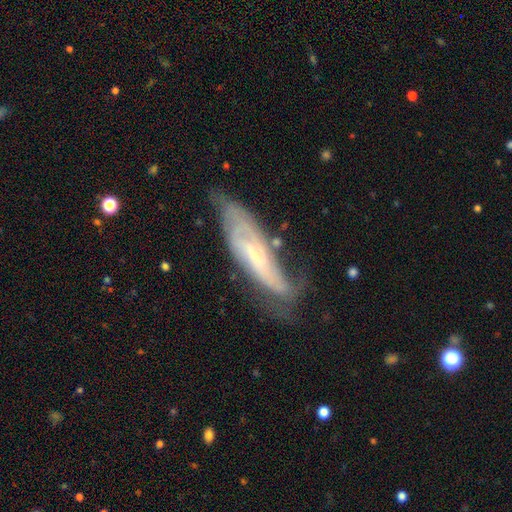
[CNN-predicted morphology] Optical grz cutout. It shows a featured or disk galaxy (69%). Merging: none (48%).